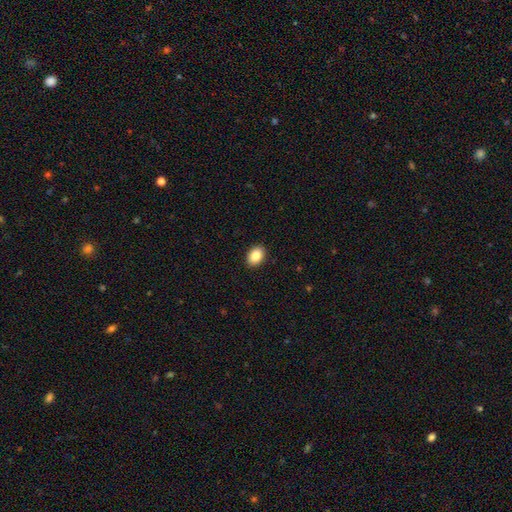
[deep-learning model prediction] Q: Smooth or featured?
A: smooth (87%); runner-up: star or artifact (8%)
Q: How rounded?
A: in between (79%); runner-up: round (20%)
Q: Merging?
A: none (91%); runner-up: minor disturbance (7%)